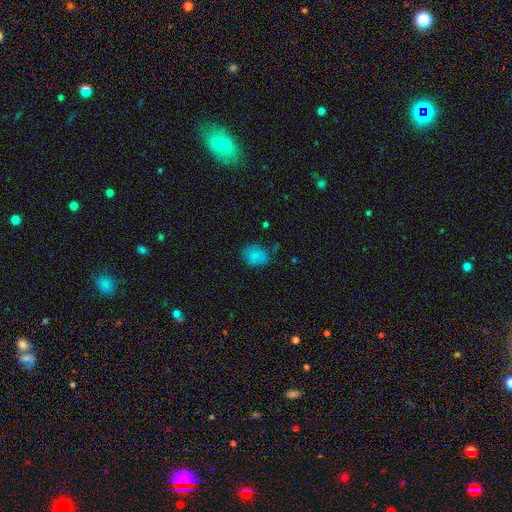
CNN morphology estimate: This appears to be a smooth galaxy with no disk features (78%) that is in between round and cigar-shaped (50%). Merging: none (57%).